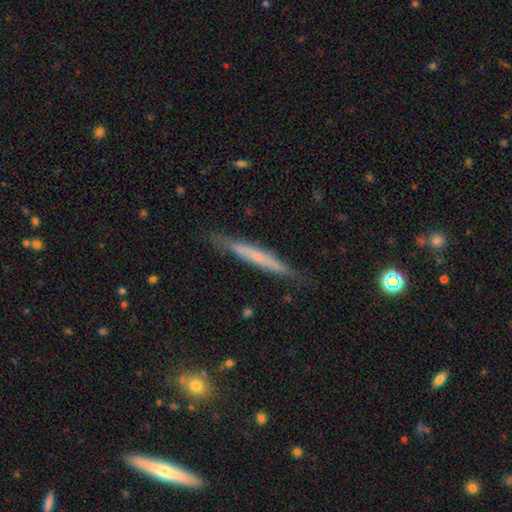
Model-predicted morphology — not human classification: Q: Smooth or featured?
A: smooth (52%); runner-up: featured or disk (42%)
Q: How rounded?
A: cigar-shaped (96%); runner-up: in between (3%)
Q: Merging?
A: none (84%); runner-up: minor disturbance (12%)